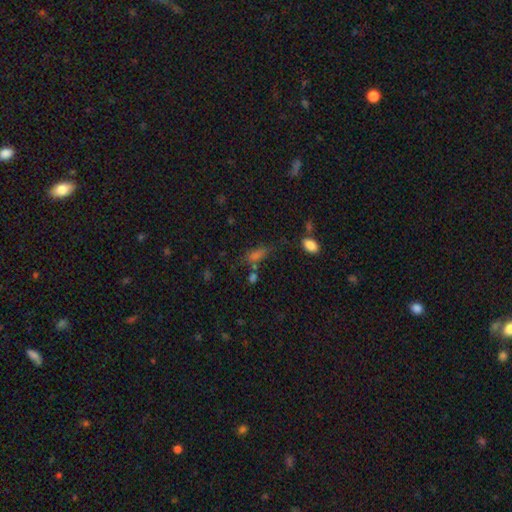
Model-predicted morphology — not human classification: This is likely a smooth galaxy (61%). How rounded: possibly in between (59%). Merging: possibly none (58%).